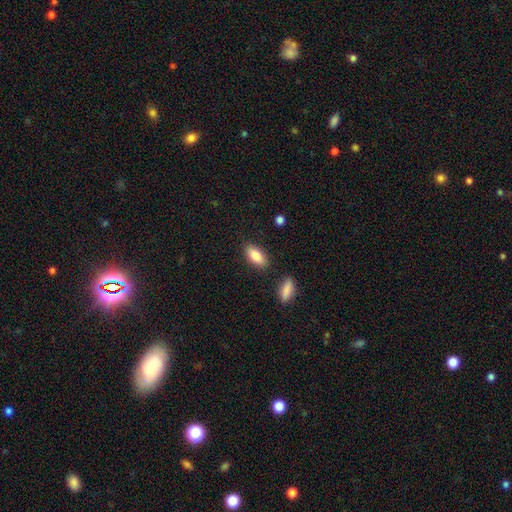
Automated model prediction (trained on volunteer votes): Smooth or featured: smooth — 83% (featured or disk — 10%)
How rounded: in between — 86% (cigar-shaped — 11%)
Merging: none — 83% (minor disturbance — 10%)